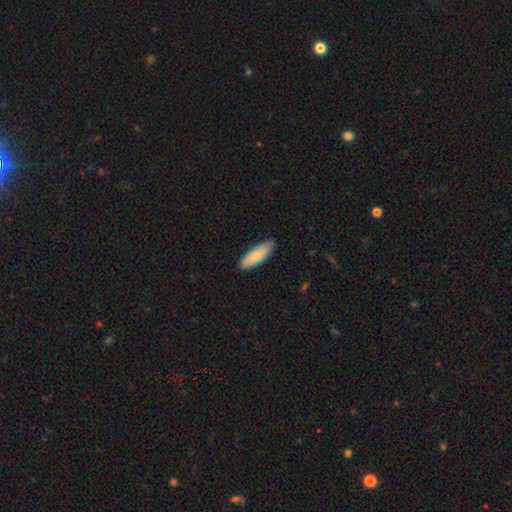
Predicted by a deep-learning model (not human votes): This is clearly a smooth galaxy (86%). How rounded: likely in between (62%). Merging: clearly none (85%).